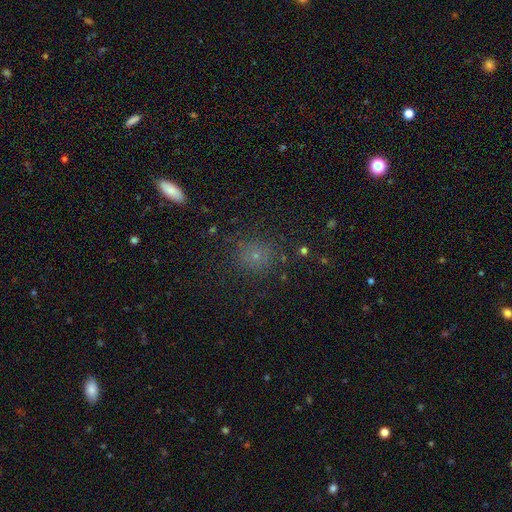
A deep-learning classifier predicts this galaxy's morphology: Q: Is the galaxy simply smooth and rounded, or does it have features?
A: smooth — 67%.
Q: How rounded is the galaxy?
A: round — 84%.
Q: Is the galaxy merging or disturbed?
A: none — 83%.